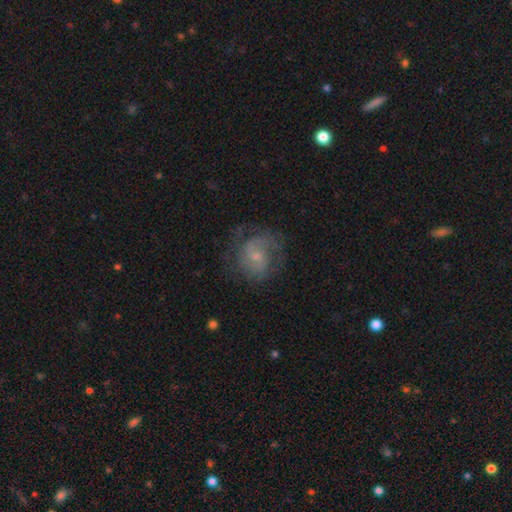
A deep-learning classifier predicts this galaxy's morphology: This is likely a featured or disk galaxy (63%). It is clearly not viewed edge-on (98%). Bar: likely no (62%). Spiral arm pattern: clearly yes (83%). Spiral arm count: possibly 2 (51%). Spiral winding: possibly medium (46%). Central bulge: likely small (63%). Merging: possibly none (59%).